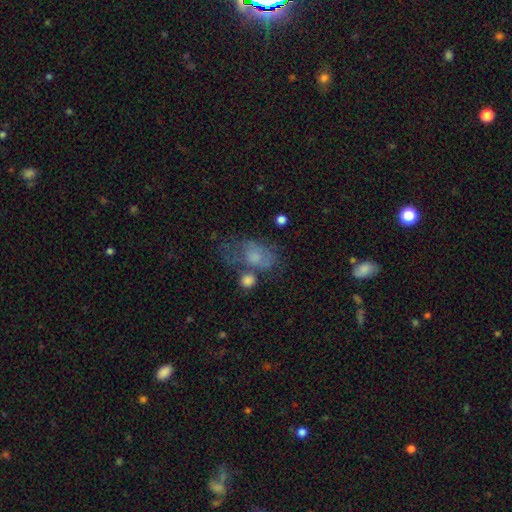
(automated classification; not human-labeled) A smooth galaxy with no disk features (54%) that is in between round and cigar-shaped (80%).

Vote fractions:
- Smooth or featured? smooth: 54% / featured or disk: 33% / star or artifact: 12%
- How rounded? in between: 80% / round: 18% / cigar-shaped: 2%
- Merging? none: 31% / major disturbance: 28% / minor disturbance: 23% / merger: 18%